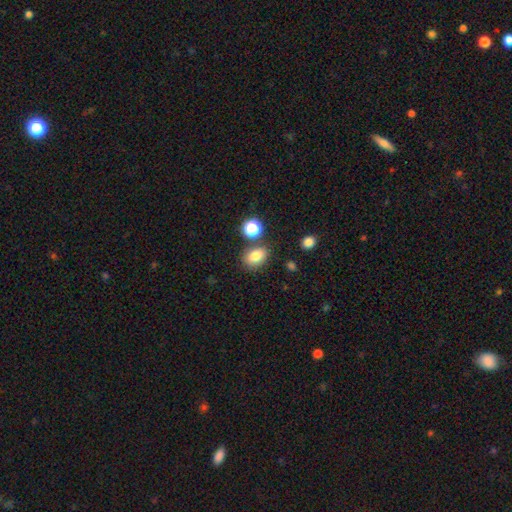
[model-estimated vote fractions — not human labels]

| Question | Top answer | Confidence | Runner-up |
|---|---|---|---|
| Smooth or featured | smooth | 81% | star or artifact (12%) |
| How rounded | in between | 71% | round (28%) |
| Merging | none | 75% | minor disturbance (12%) |